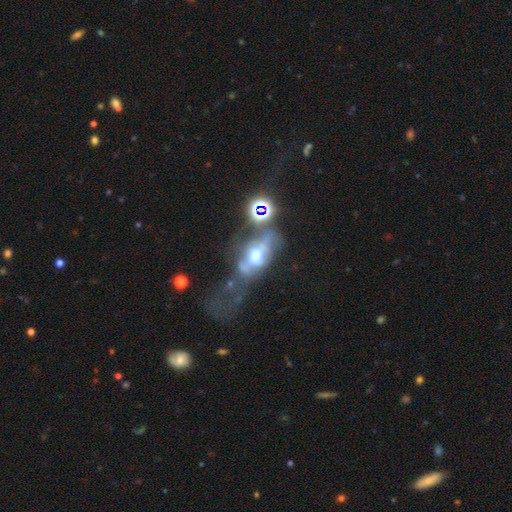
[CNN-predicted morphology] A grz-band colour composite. It shows a featured or disk galaxy (50%). Merging: major disturbance (43%).